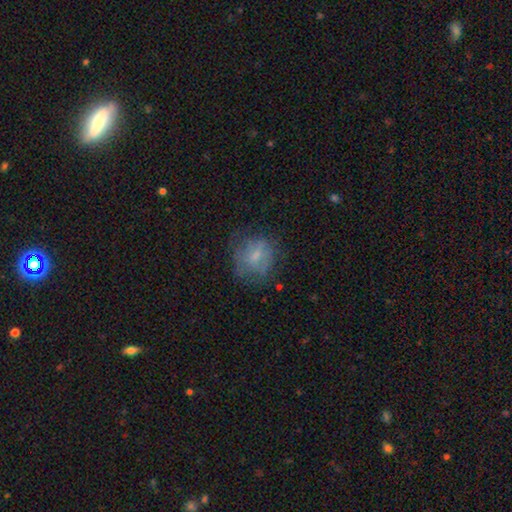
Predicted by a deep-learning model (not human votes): A smooth galaxy with no disk features (54%) that is round (70%). Merging: none (58%).